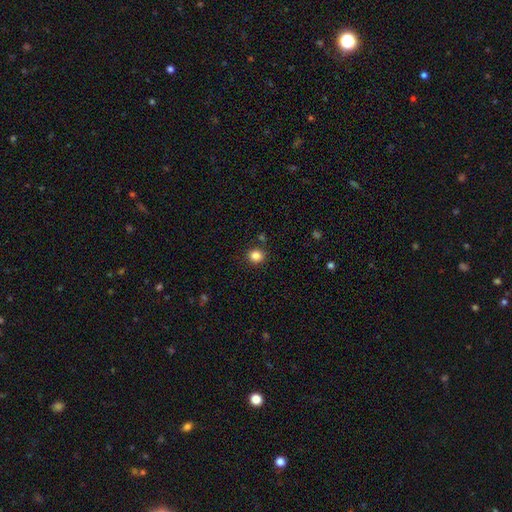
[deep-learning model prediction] smooth-or-featured: smooth: 85% | star or artifact: 11% | featured or disk: 4%
  how-rounded: round: 76% | in between: 23% | cigar-shaped: 1%
  merging: none: 86% | minor disturbance: 8% | merger: 3% | major disturbance: 2%